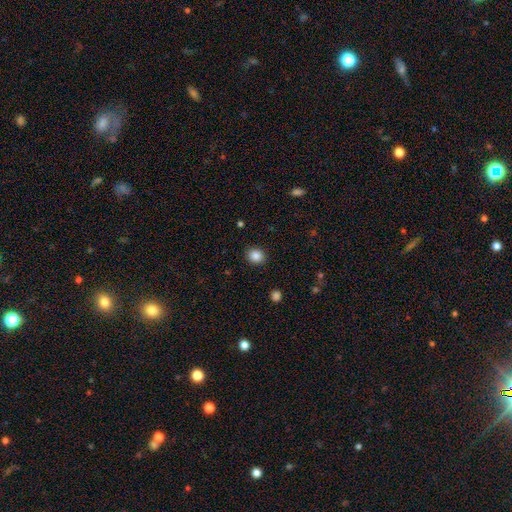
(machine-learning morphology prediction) A smooth galaxy with no disk features (86%) that is round (74%). Merging: none (90%).